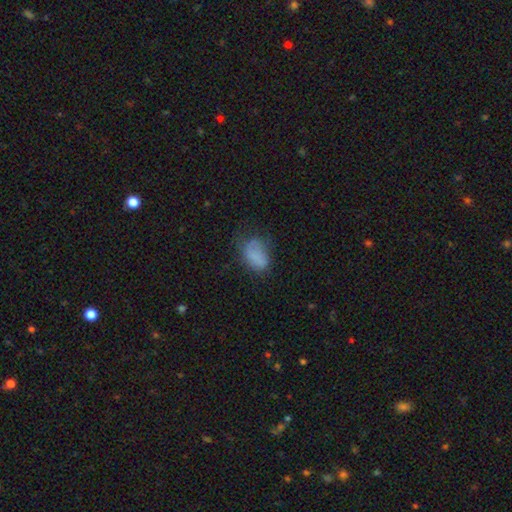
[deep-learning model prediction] Overall: smooth (77%). How rounded: in between (86%). Merging: none (47%; minor disturbance 32%).